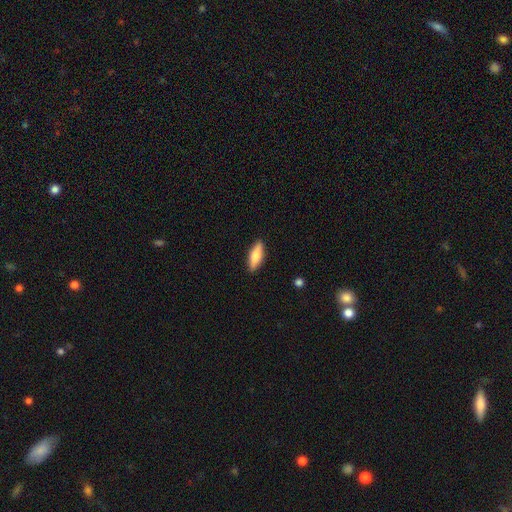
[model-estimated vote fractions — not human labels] Q: Smooth or featured?
A: smooth (73%); runner-up: featured or disk (21%)
Q: How rounded?
A: in between (58%); runner-up: cigar-shaped (39%)
Q: Merging?
A: none (88%); runner-up: minor disturbance (9%)